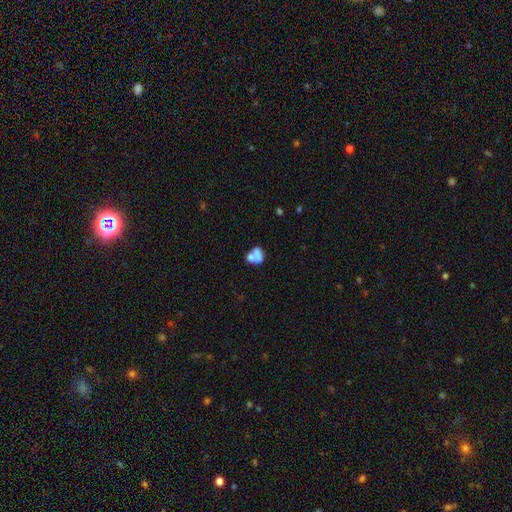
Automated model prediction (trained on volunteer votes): Q: Smooth or featured?
A: smooth (62%); runner-up: featured or disk (27%)
Q: How rounded?
A: in between (64%); runner-up: round (33%)
Q: Merging?
A: merger (55%); runner-up: none (27%)